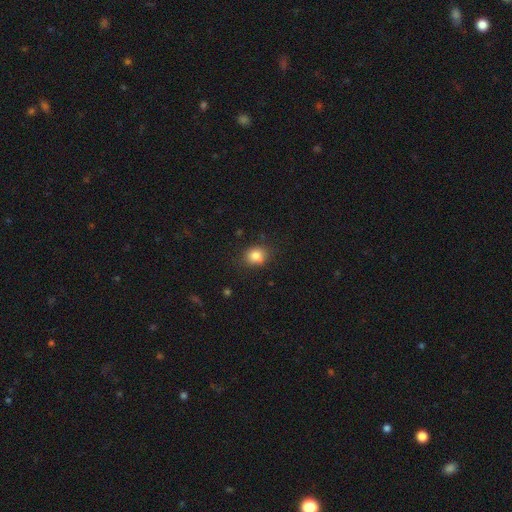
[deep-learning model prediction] Smooth or featured: smooth — 82% (star or artifact — 11%)
How rounded: round — 70% (in between — 29%)
Merging: none — 79% (minor disturbance — 14%)